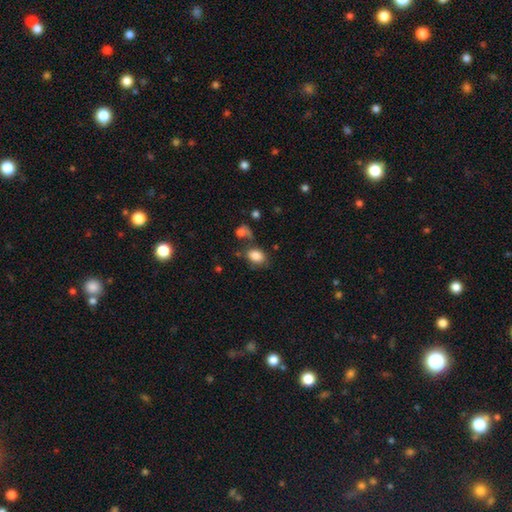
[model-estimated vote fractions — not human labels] A smooth galaxy with no disk features (83%) that is in between round and cigar-shaped (80%). Merging: none (57%).